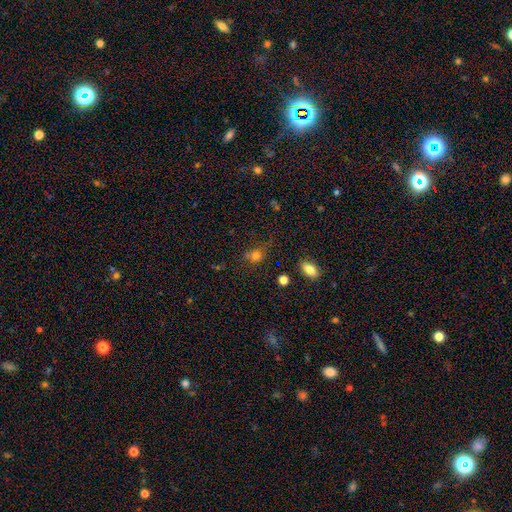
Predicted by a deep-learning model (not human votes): Smooth or featured?
  - smooth: 75% *
  - star or artifact: 17%
  - featured or disk: 8%
How rounded?
  - round: 73% *
  - in between: 25%
  - cigar-shaped: 2%
Merging?
  - none: 62% *
  - minor disturbance: 19%
  - merger: 11%
  - major disturbance: 8%